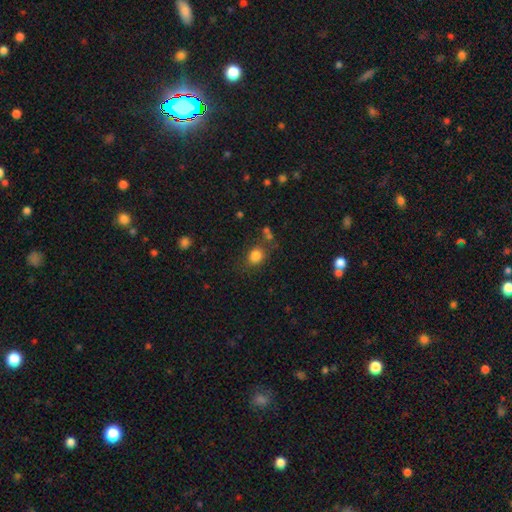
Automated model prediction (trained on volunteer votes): smooth 82%, star or artifact 12%, featured or disk 6%. Down the decision tree: how rounded — round (57%); merging — none (72%).